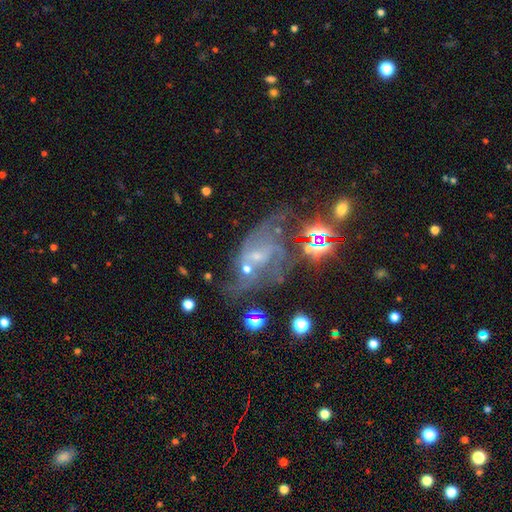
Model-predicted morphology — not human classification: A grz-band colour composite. It shows a featured or disk galaxy (68%) with a weak bar (44%), 2 (46%) medium (42%) spiral arms (82%) and a small central bulge (62%). Merging: none (36%).